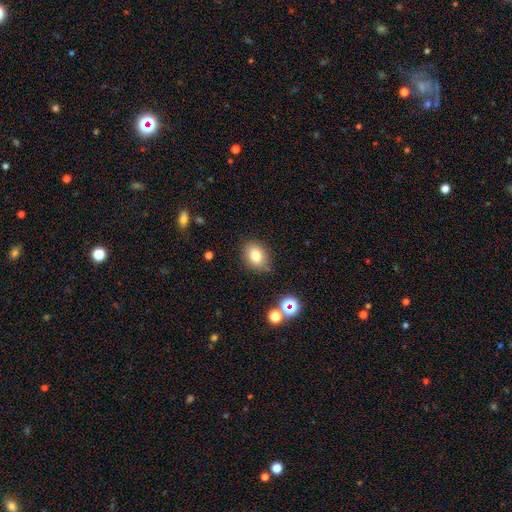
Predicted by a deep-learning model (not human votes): Smooth or featured: smooth — 79% (star or artifact — 11%)
How rounded: in between — 61% (round — 38%)
Merging: none — 80% (minor disturbance — 14%)